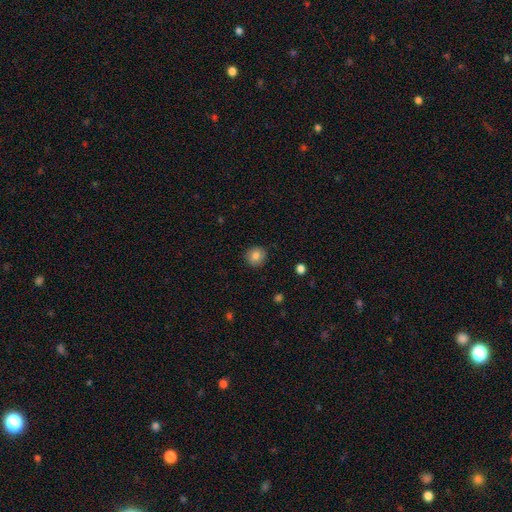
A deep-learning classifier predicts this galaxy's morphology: type=smooth (82%); roundness=round (90%); merging=none (90%).